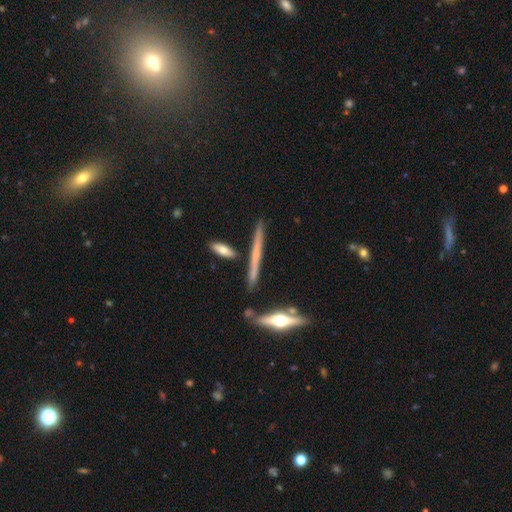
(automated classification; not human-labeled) Q: Smooth or featured?
A: featured or disk (56%); runner-up: smooth (35%)
Q: Edge-on disk?
A: yes (96%); runner-up: no (4%)
Q: Edge-on bulge?
A: none (55%); runner-up: rounded (36%)
Q: Merging?
A: none (82%); runner-up: minor disturbance (10%)